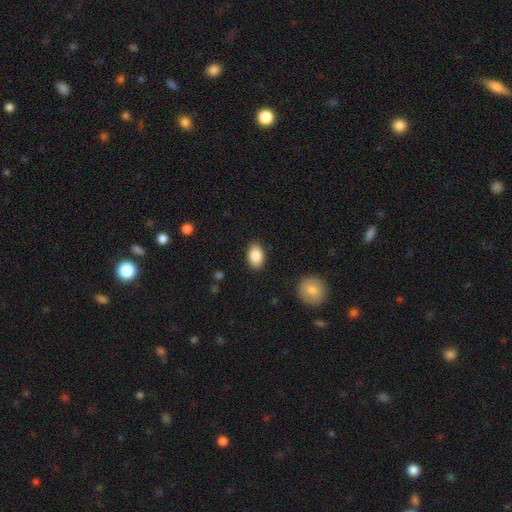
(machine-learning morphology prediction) type=smooth (87%); roundness=in between (86%); merging=none (88%).